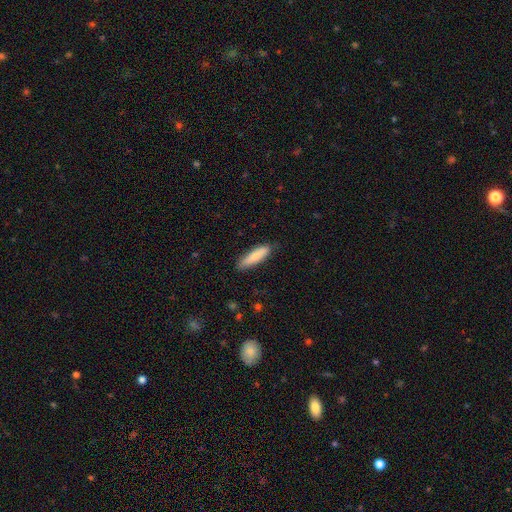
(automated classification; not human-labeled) Smooth or featured? smooth (81%)
How rounded? cigar-shaped (72%)
Merging? none (83%)